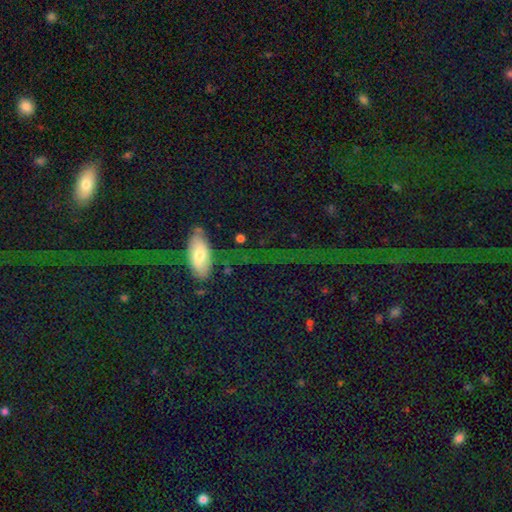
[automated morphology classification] A smooth galaxy with no disk features (39%).

Vote fractions:
- Smooth or featured? smooth: 39% / featured or disk: 32% / star or artifact: 29%
- Merging? none: 68% / minor disturbance: 14% / major disturbance: 13% / merger: 6%